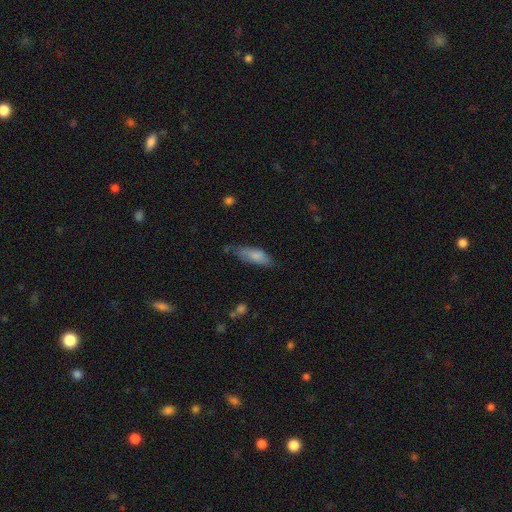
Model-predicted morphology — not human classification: smooth_or_featured: smooth (p=0.79) [alt: featured or disk p=0.15]
how_rounded: in between (p=0.63) [alt: cigar-shaped p=0.35]
merging: none (p=0.50) [alt: minor disturbance p=0.36]